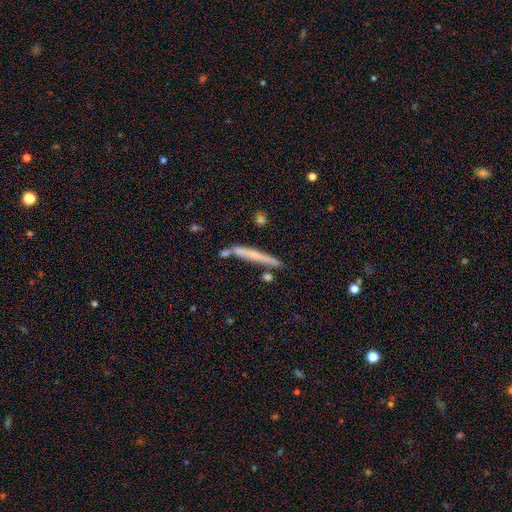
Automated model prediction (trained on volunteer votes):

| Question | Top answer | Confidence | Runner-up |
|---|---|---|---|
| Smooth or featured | smooth | 52% | featured or disk (41%) |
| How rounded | cigar-shaped | 95% | in between (3%) |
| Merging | none | 75% | minor disturbance (14%) |